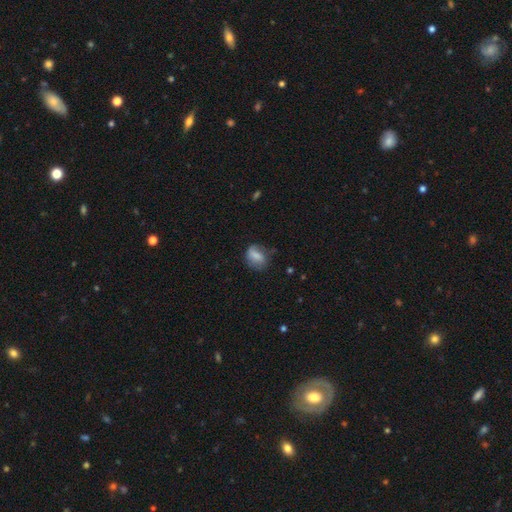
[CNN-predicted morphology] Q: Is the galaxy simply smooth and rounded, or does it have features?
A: smooth — 69%.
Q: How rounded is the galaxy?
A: in between — 65%.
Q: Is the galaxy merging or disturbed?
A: none — 61%.